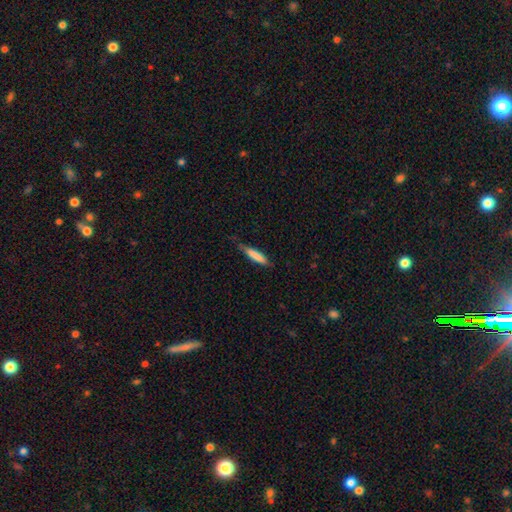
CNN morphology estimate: A smooth galaxy with no disk features (78%) that is cigar-shaped (88%). Merging: none (73%).